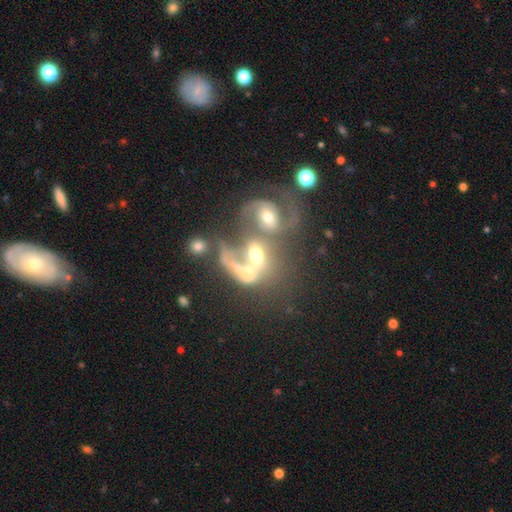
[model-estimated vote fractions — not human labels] Smooth or featured: featured or disk — 69% (smooth — 21%)
Edge-on disk: no — 95% (yes — 5%)
Bar: no — 51% (weak — 31%)
Spiral arms: yes — 79% (no — 21%)
Spiral winding: loose — 47% (medium — 39%)
Spiral arm count: 2 — 63% (1 — 21%)
Bulge size: moderate — 59% (small — 23%)
Merging: merger — 74% (none — 10%)